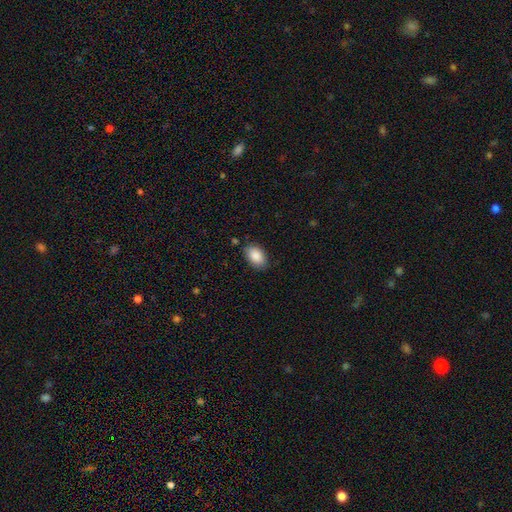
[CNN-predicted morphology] Smooth or featured? smooth (88%)
How rounded? in between (88%)
Merging? none (81%)